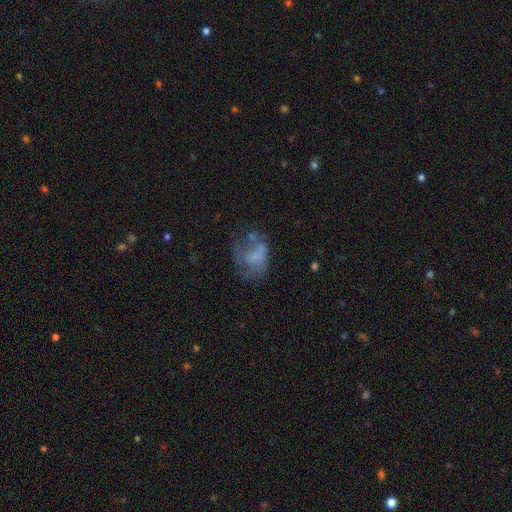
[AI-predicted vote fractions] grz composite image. It shows a smooth galaxy with no disk features (47%). Merging: major disturbance (35%).